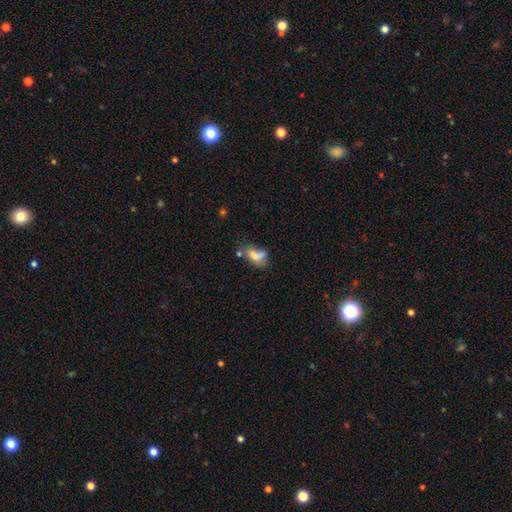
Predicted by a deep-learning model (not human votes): smooth-or-featured: smooth: 64% | featured or disk: 24% | star or artifact: 12%
  how-rounded: in between: 83% | round: 10% | cigar-shaped: 7%
  merging: merger: 31% | none: 29% | minor disturbance: 21% | major disturbance: 19%